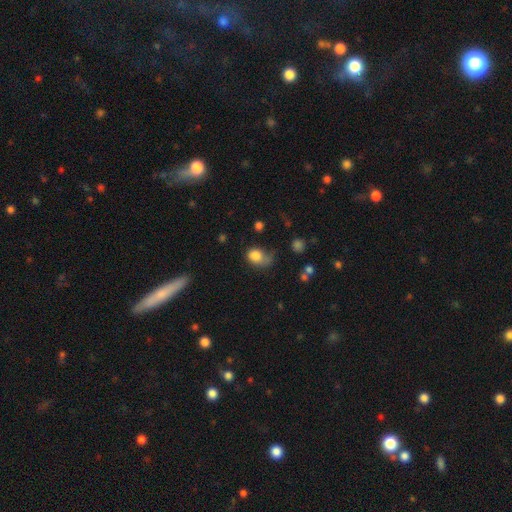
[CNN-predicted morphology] Overall: smooth (80%). How rounded: in between (53%; round 46%). Merging: none (31%, tied with major disturbance and minor disturbance).